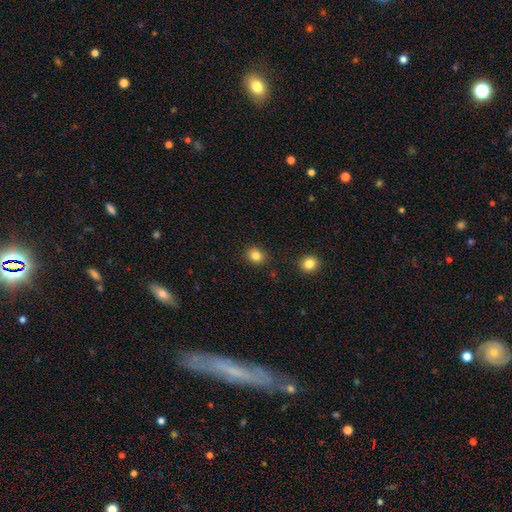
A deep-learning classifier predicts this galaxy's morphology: smooth-or-featured: smooth: 84% | star or artifact: 11% | featured or disk: 5%
  how-rounded: round: 66% | in between: 33% | cigar-shaped: 1%
  merging: none: 87% | minor disturbance: 8% | merger: 2% | major disturbance: 2%